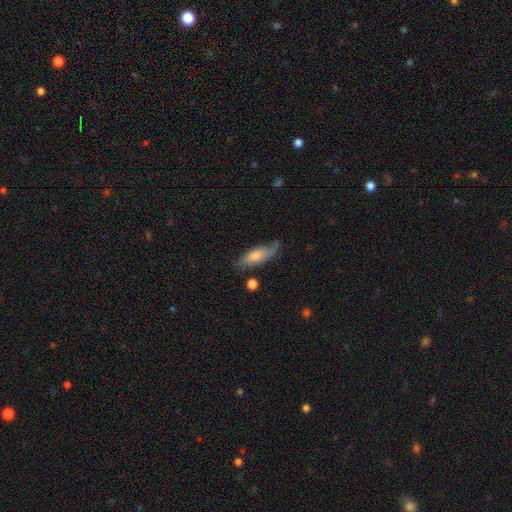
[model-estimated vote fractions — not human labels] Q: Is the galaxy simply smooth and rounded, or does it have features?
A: smooth — 53%.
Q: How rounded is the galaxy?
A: in between — 60%.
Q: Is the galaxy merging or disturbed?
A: none — 62%.